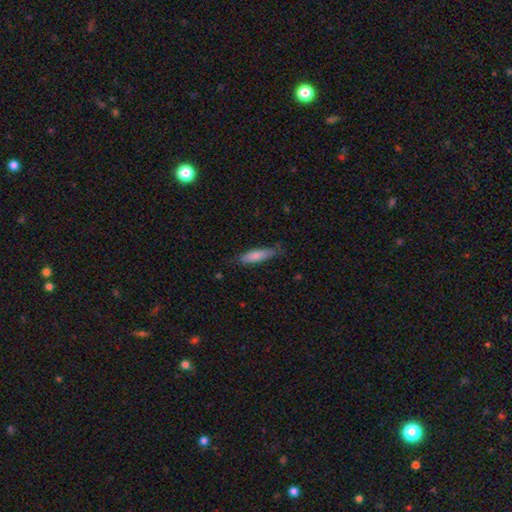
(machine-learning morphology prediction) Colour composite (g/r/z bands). It shows a smooth galaxy with no disk features (78%) that is cigar-shaped (58%). Merging: none (72%).